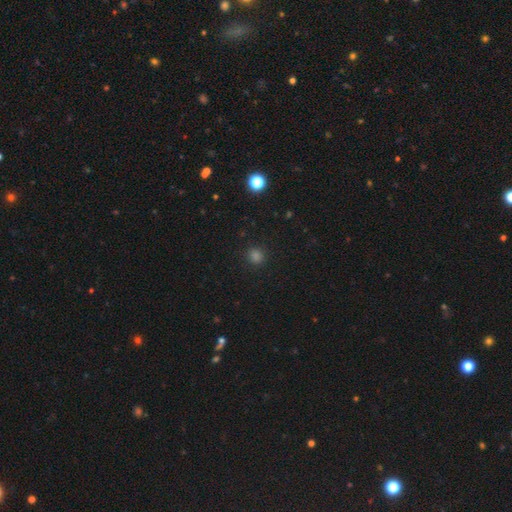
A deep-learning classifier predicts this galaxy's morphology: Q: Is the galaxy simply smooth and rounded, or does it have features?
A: smooth — 78%.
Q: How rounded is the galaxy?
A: round — 88%.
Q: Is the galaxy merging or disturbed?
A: none — 91%.